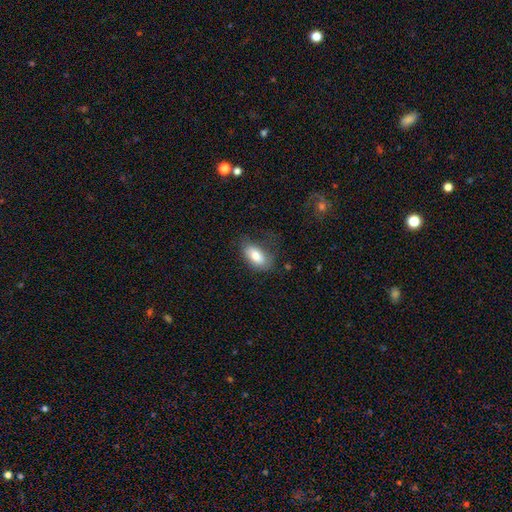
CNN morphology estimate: A smooth galaxy with no disk features (79%) that is in between round and cigar-shaped (92%). Merging: none (65%).